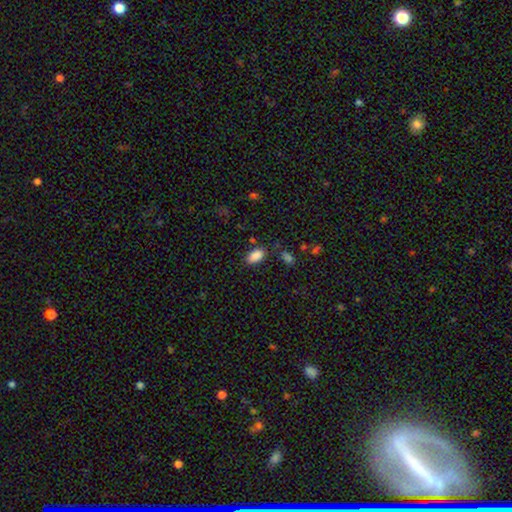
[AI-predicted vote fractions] smooth 88%, star or artifact 8%, featured or disk 4%. Down the decision tree: how rounded — in between (93%); merging — none (80%).